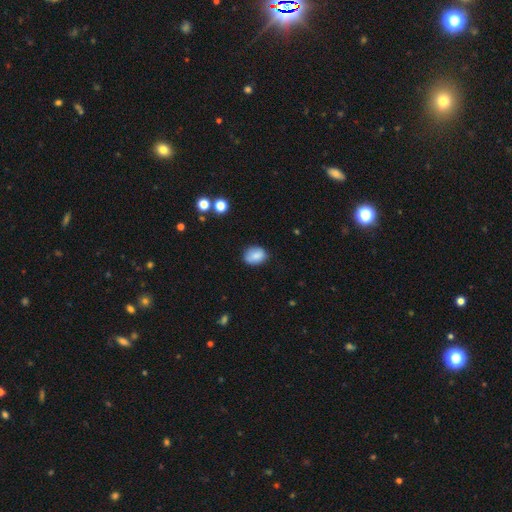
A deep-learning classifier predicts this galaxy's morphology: smooth-or-featured: smooth: 85% | star or artifact: 8% | featured or disk: 7%
  how-rounded: in between: 67% | round: 32% | cigar-shaped: 1%
  merging: none: 78% | minor disturbance: 17% | major disturbance: 3% | merger: 1%